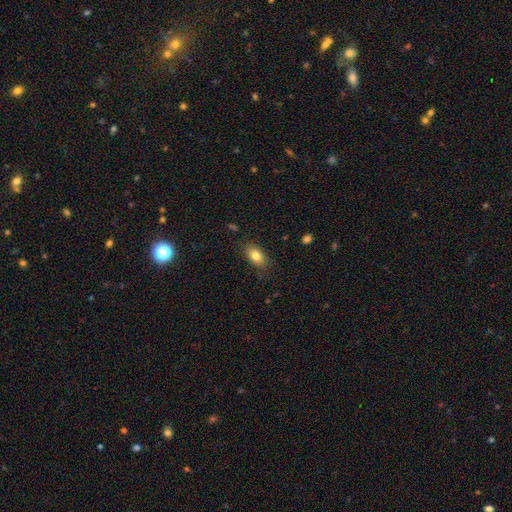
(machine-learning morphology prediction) The model was most divided on "merging": none: 84%, minor disturbance: 12%, major disturbance: 3%, merger: 1%. More confident: how rounded — in between (88%); smooth or featured — smooth (82%).